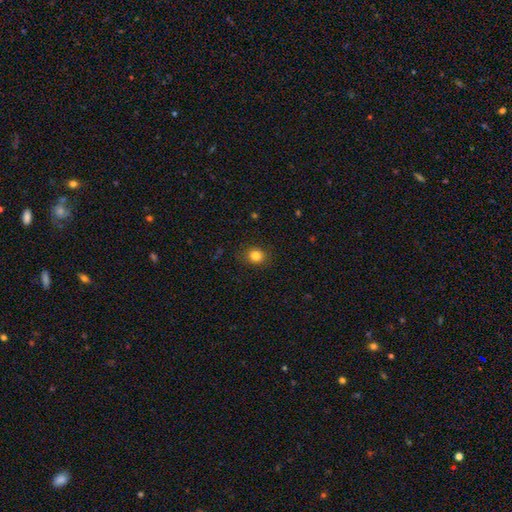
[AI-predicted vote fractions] Smooth or featured? Predicted: smooth (p=0.83). How rounded? Predicted: round (p=0.74). Merging? Predicted: none (p=0.86).